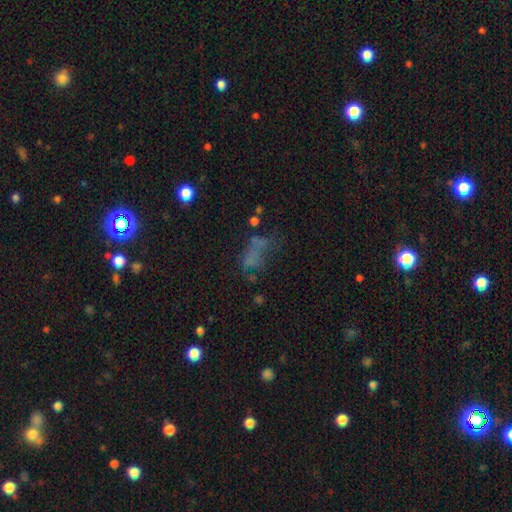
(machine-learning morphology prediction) type=smooth (41%); merging=none (35%).